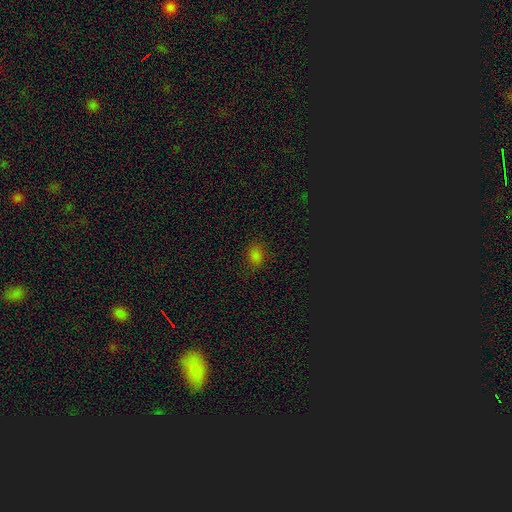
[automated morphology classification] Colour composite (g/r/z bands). It shows a smooth galaxy with no disk features (77%) that is in between round and cigar-shaped (66%). Merging: none (79%).